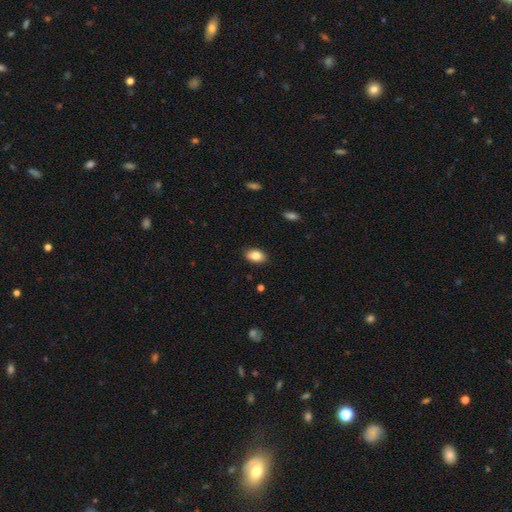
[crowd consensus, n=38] This is clearly a smooth galaxy (97%). How rounded: clearly in between (95%). Merging: clearly none (89%).